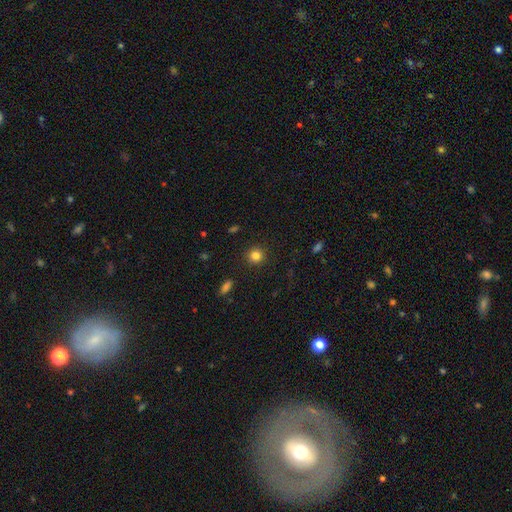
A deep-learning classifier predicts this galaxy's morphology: This appears to be a smooth galaxy with no disk features (82%) that is round (93%). Merging: none (91%).